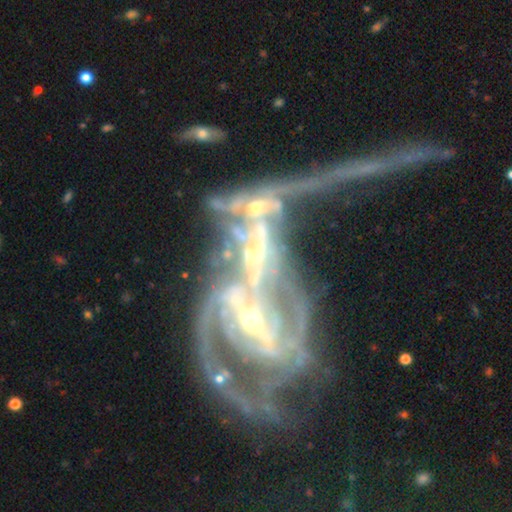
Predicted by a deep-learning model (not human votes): This appears to be a featured or disk galaxy (87%) with a strong bar (45%), 2 (48%) medium (39%) spiral arms (89%) and a small central bulge (50%). Merging: merger (58%).